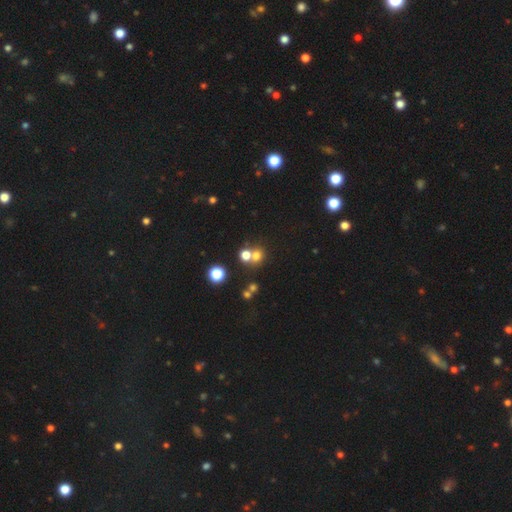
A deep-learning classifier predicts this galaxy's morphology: This appears to be a smooth galaxy with no disk features (68%) that is round (81%). Merging: none (49%).